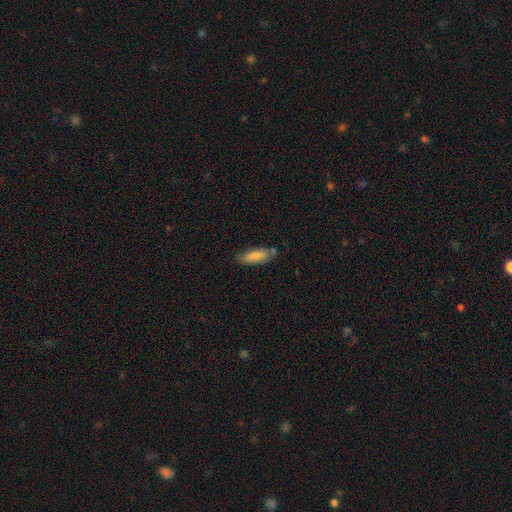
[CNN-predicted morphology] Smooth or featured? smooth (81%)
How rounded? in between (60%)
Merging? none (76%)